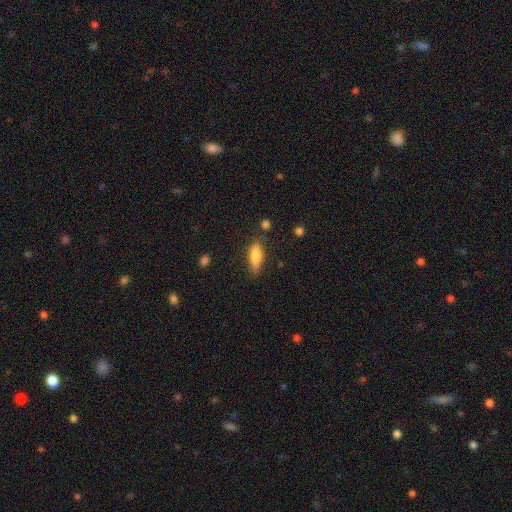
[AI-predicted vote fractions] Smooth or featured? Predicted: smooth (p=0.75). How rounded? Predicted: in between (p=0.57). Merging? Predicted: none (p=0.74).